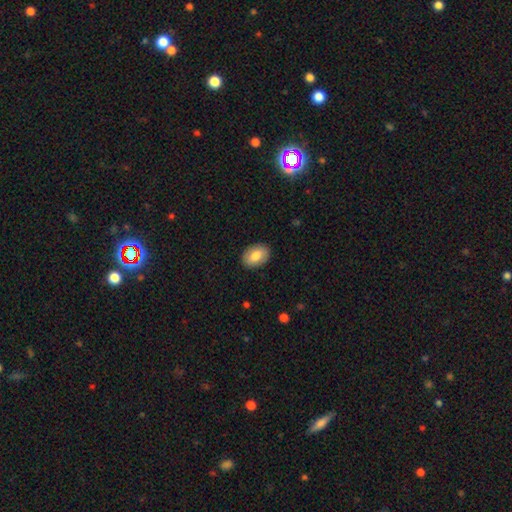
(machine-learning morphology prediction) Smooth or featured? Predicted: smooth (p=0.80). How rounded? Predicted: in between (p=0.85). Merging? Predicted: none (p=0.89).